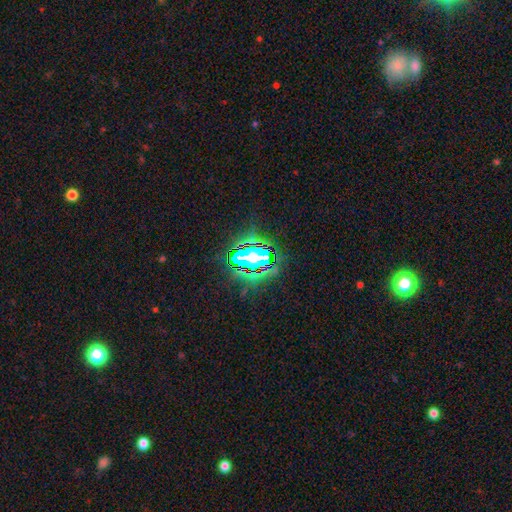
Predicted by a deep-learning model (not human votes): Overall: star or artifact (66%).